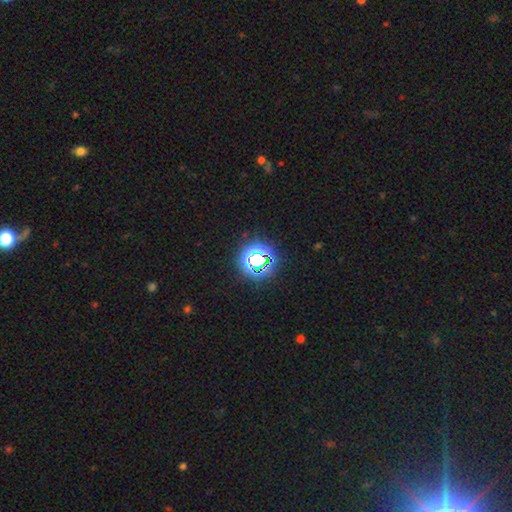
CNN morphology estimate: smooth_or_featured: star or artifact (p=0.68) [alt: smooth p=0.22]